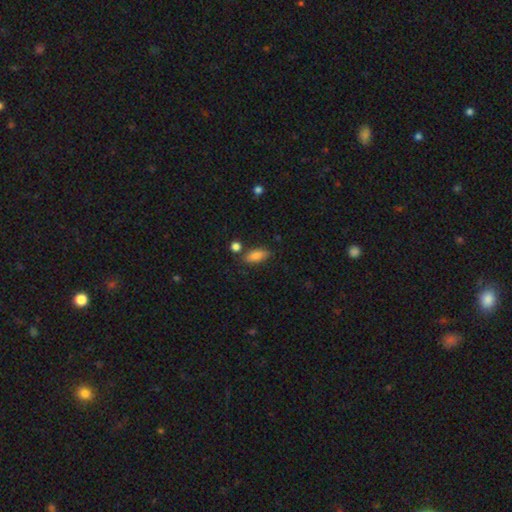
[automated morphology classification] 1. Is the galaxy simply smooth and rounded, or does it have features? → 84% smooth, 8% featured or disk, 8% star or artifact.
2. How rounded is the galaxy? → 80% in between, 17% cigar-shaped, 3% round.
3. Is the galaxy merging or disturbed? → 76% none, 14% minor disturbance, 7% merger, 3% major disturbance.